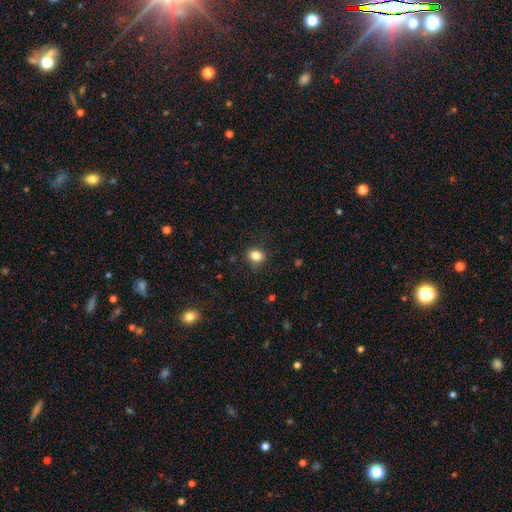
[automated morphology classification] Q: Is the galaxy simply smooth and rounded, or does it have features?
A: smooth — 84%.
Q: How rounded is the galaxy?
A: in between — 55%.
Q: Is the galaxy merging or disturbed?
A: none — 83%.